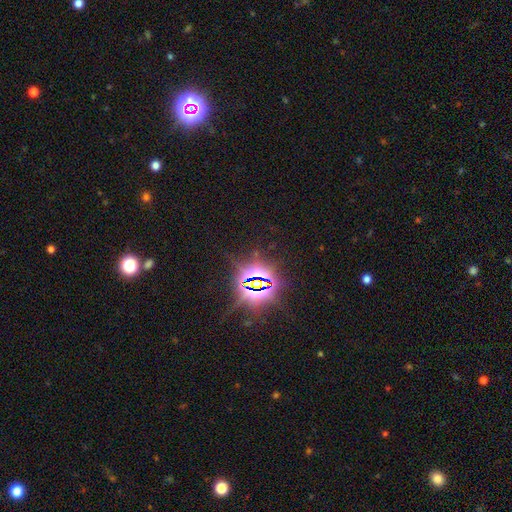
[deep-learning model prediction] This is clearly a star or artifact rather than a galaxy (83%).